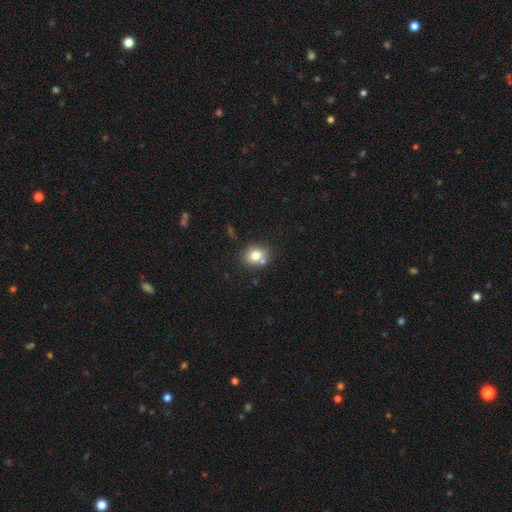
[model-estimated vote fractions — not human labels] Smooth or featured?
  - smooth: 76% *
  - featured or disk: 13%
  - star or artifact: 11%
How rounded?
  - round: 67% *
  - in between: 32%
  - cigar-shaped: 1%
Merging?
  - none: 68% *
  - merger: 16%
  - minor disturbance: 13%
  - major disturbance: 3%